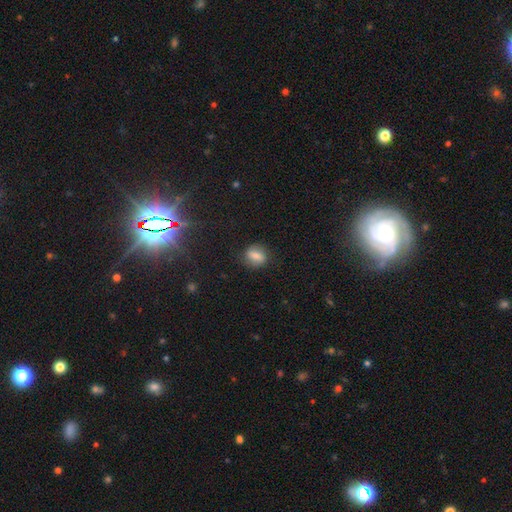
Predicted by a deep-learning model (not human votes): A smooth galaxy with no disk features (69%) that is round (51%). Merging: none (81%).